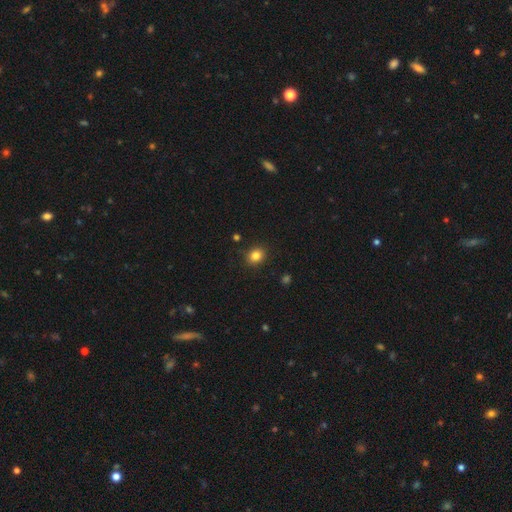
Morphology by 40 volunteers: This appears to be a smooth galaxy with no disk features (88%) that is round (74%). Merging: none (97%).